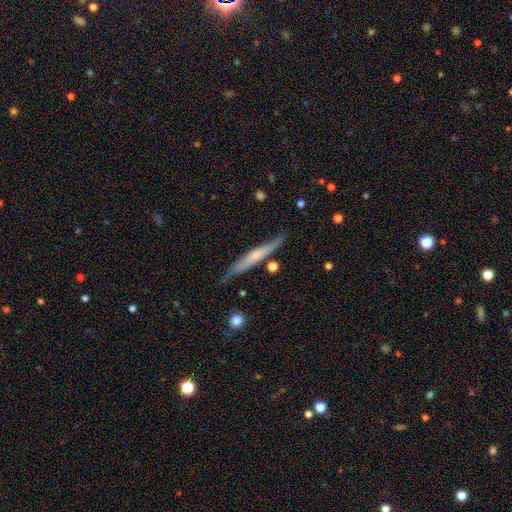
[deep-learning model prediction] Overall: featured or disk (51%; smooth 44%). Edge-on disk: yes (91%). Merging: none (75%).